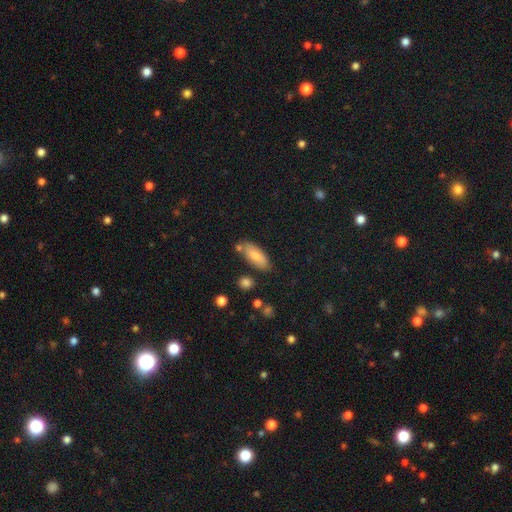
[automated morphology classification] Smooth or featured? Predicted: smooth (p=0.81). How rounded? Predicted: in between (p=0.77). Merging? Predicted: none (p=0.73).